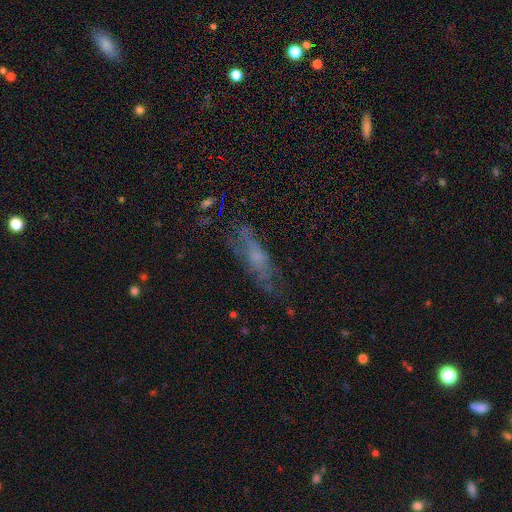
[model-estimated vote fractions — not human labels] Overall: featured or disk (48%; smooth 40%). Merging: none (58%; minor disturbance 24%).